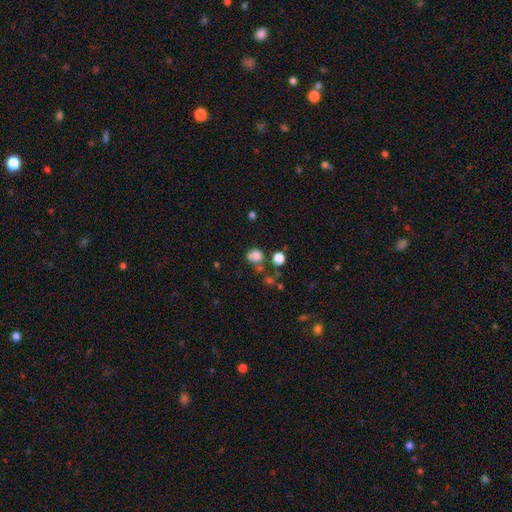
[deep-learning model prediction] A smooth galaxy with no disk features (76%) that is round (77%).

Vote fractions:
- Smooth or featured? smooth: 76% / star or artifact: 15% / featured or disk: 10%
- How rounded? round: 77% / in between: 22% / cigar-shaped: 1%
- Merging? none: 51% / merger: 25% / minor disturbance: 15% / major disturbance: 9%